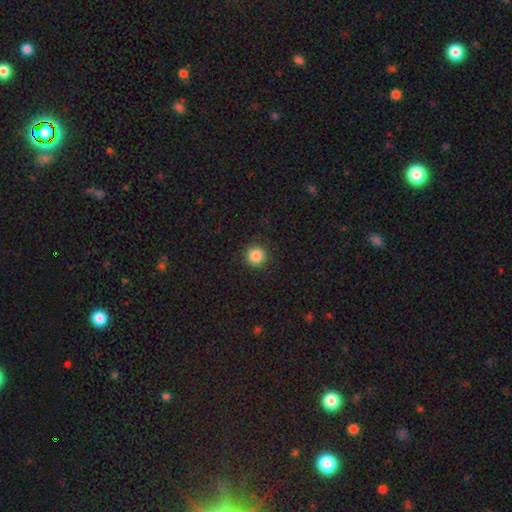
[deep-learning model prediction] Smooth or featured: smooth — 86% (star or artifact — 10%)
How rounded: round — 95% (in between — 4%)
Merging: none — 92% (minor disturbance — 5%)